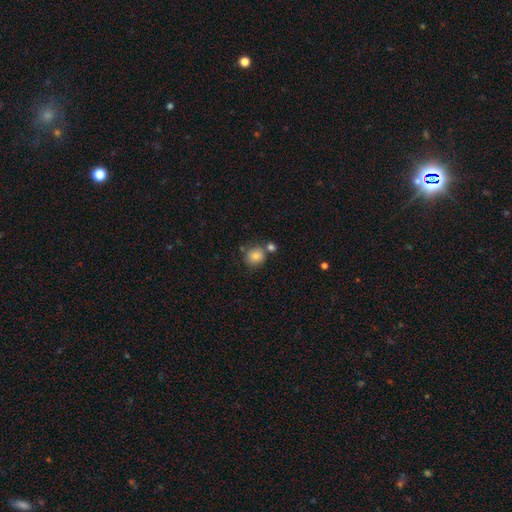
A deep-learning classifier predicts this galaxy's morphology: smooth 83%, star or artifact 10%, featured or disk 8%. Down the decision tree: how rounded — round (82%); merging — none (64%).